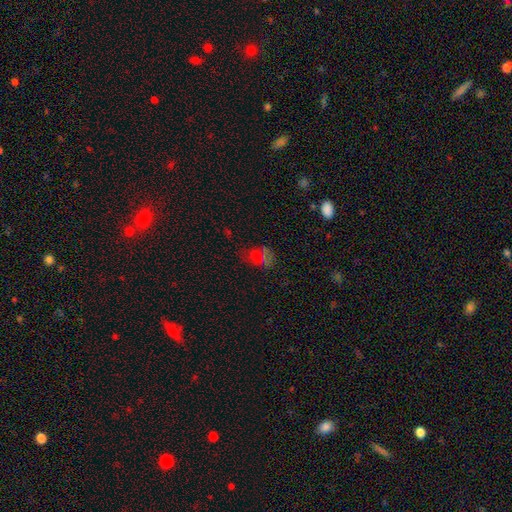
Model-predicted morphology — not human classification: type=smooth (47%); merging=none (50%).